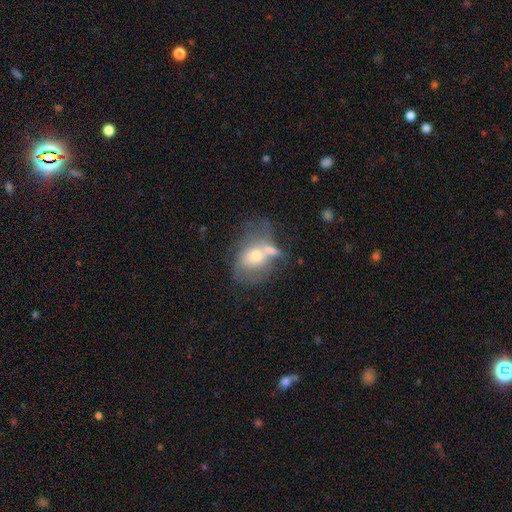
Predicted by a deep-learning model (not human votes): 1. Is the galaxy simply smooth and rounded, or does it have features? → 46% smooth, 44% featured or disk, 10% star or artifact.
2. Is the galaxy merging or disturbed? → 39% merger, 25% none, 19% major disturbance, 18% minor disturbance.